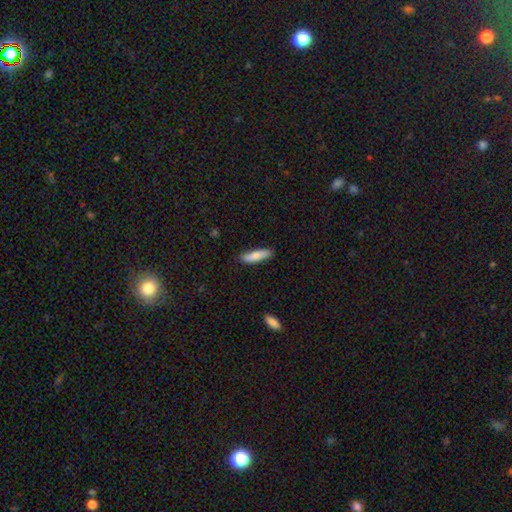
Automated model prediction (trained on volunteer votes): Smooth or featured: smooth — 78% (featured or disk — 17%)
How rounded: cigar-shaped — 67% (in between — 32%)
Merging: none — 86% (minor disturbance — 11%)